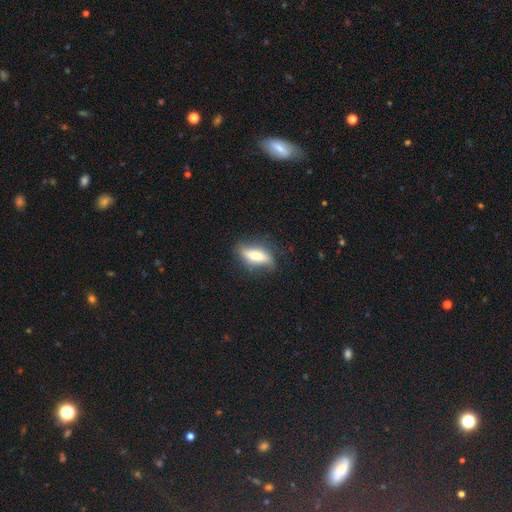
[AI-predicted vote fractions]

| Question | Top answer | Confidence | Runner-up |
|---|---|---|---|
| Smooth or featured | smooth | 48% | featured or disk (45%) |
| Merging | none | 73% | minor disturbance (19%) |